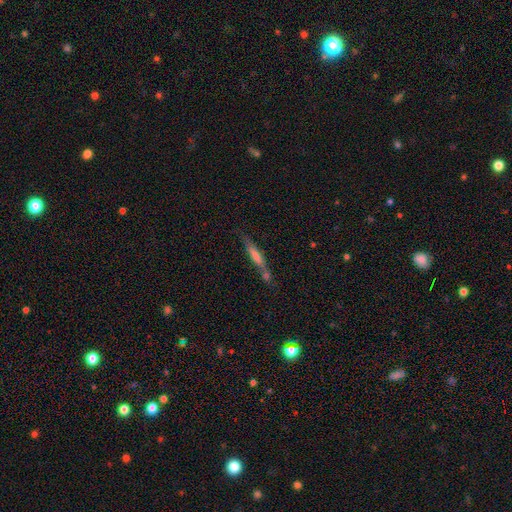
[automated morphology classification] A featured or disk galaxy (55%) viewed edge-on (91%) with a rounded central bulge (47%).

Vote fractions:
- Smooth or featured? featured or disk: 55% / smooth: 34% / star or artifact: 11%
- Edge-on disk? yes: 91% / no: 9%
- Edge-on bulge? rounded: 47% / none: 34% / boxy: 19%
- Merging? none: 69% / minor disturbance: 15% / merger: 12% / major disturbance: 4%